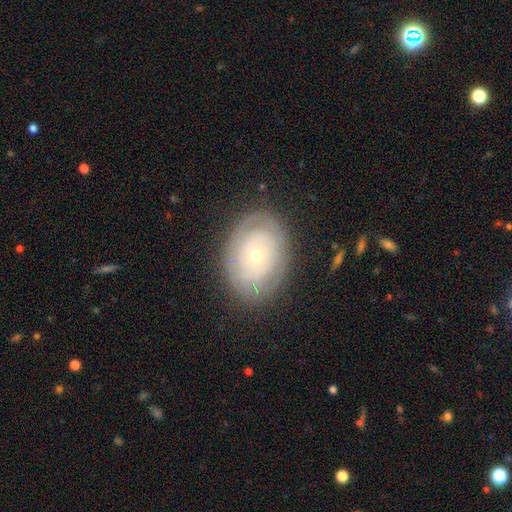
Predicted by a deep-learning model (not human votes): This is likely a featured or disk galaxy (63%). It is clearly not viewed edge-on (95%). Bar: clearly no (87%). Spiral arm pattern: likely yes (60%). Central bulge: likely small (68%). Merging: likely none (79%).